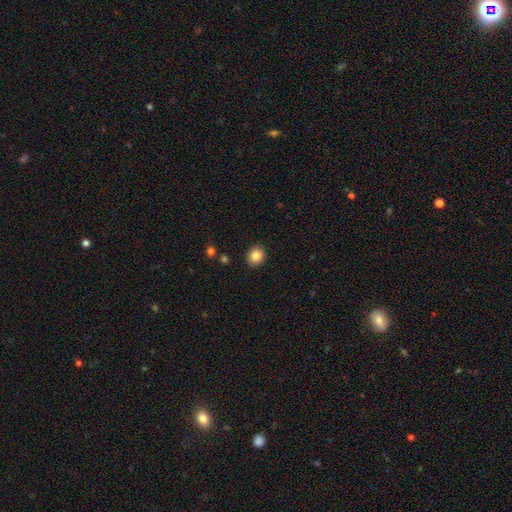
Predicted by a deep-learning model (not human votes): Overall: smooth (86%). How rounded: round (76%). Merging: none (90%).